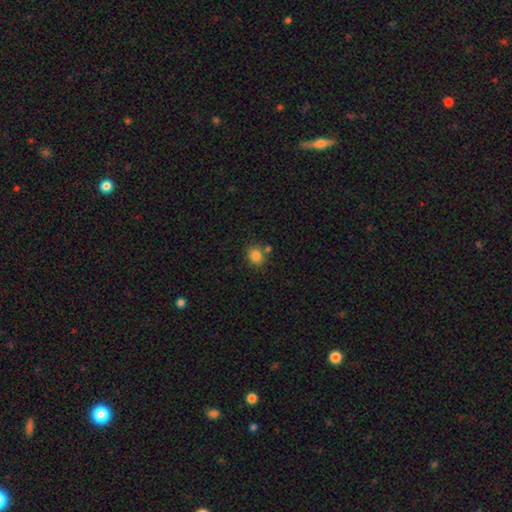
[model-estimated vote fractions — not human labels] This appears to be a smooth galaxy with no disk features (84%) that is round (76%). Merging: none (72%).